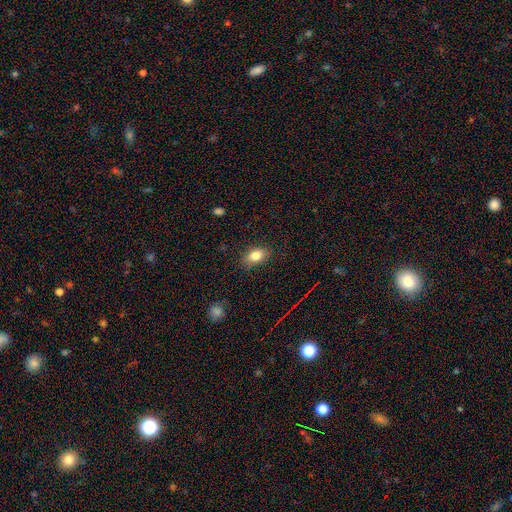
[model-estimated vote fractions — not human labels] This appears to be a smooth galaxy with no disk features (82%) that is in between round and cigar-shaped (86%). Merging: none (82%).